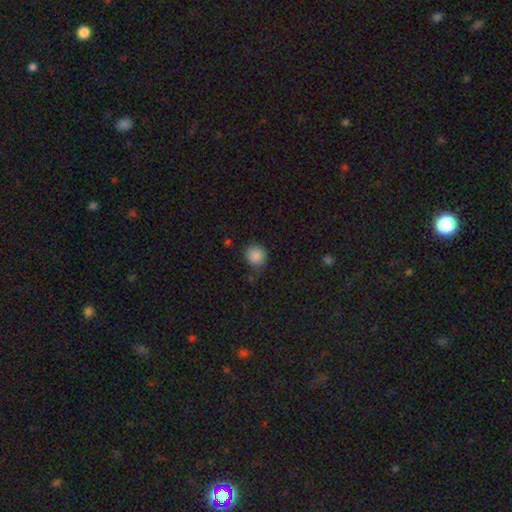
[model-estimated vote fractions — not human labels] smooth 87%, star or artifact 10%, featured or disk 4%. Down the decision tree: how rounded — round (89%); merging — none (76%).